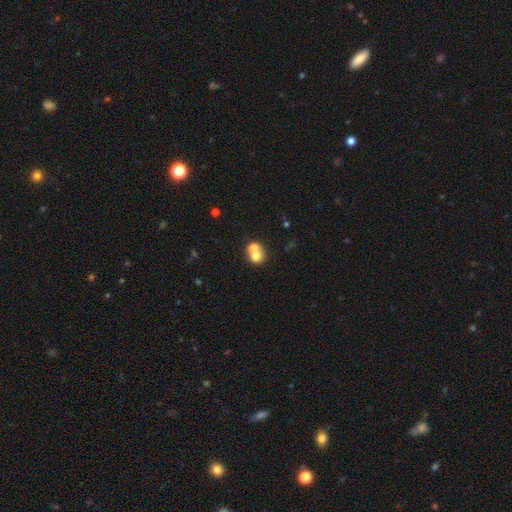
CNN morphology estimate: Smooth or featured? Predicted: smooth (p=0.68). How rounded? Predicted: round (p=0.76). Merging? Predicted: merger (p=0.64).